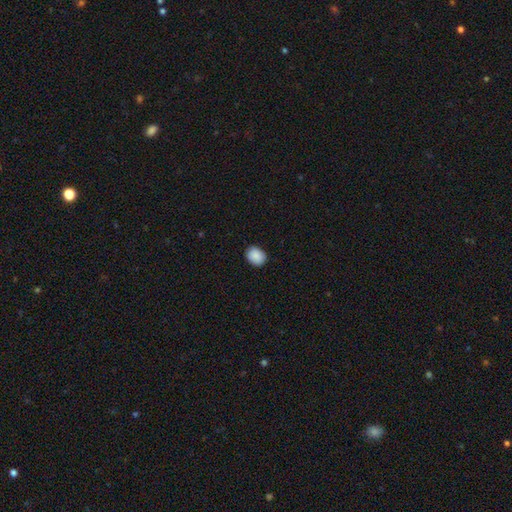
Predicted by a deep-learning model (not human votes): Morphology: type=smooth (90%); roundness=in between (56%); merging=none (88%).